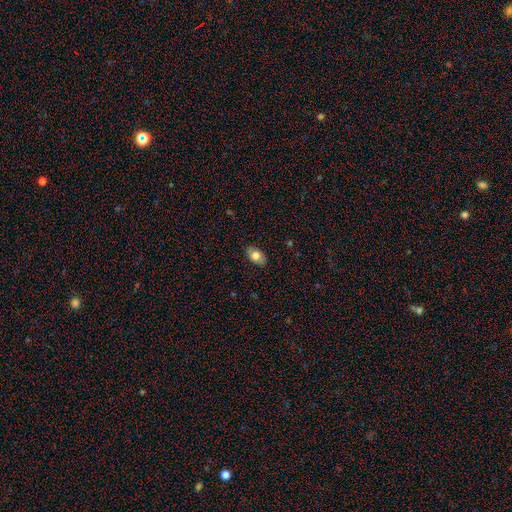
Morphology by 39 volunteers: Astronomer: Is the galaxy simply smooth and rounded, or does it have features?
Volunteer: smooth — 85%.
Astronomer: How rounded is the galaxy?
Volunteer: in between — 97%.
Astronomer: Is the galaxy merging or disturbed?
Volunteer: none — 82%.